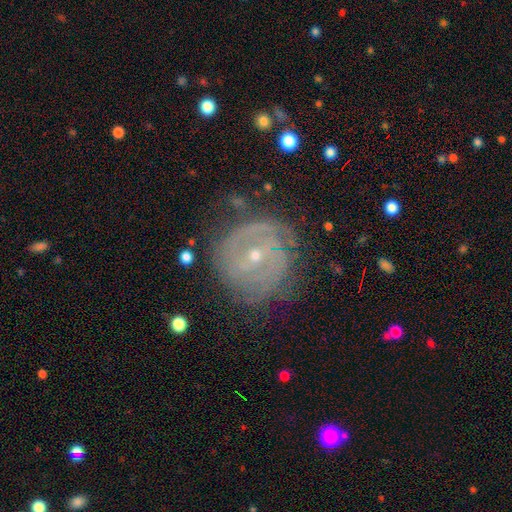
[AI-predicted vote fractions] Q: Smooth or featured?
A: featured or disk (80%); runner-up: smooth (13%)
Q: Edge-on disk?
A: no (96%); runner-up: yes (4%)
Q: Bar?
A: no (43%); runner-up: weak (41%)
Q: Spiral arms?
A: yes (85%); runner-up: no (15%)
Q: Spiral winding?
A: tight (69%); runner-up: medium (24%)
Q: Spiral arm count?
A: can't tell (42%); runner-up: 2 (28%)
Q: Bulge size?
A: small (69%); runner-up: moderate (28%)
Q: Merging?
A: none (70%); runner-up: minor disturbance (19%)